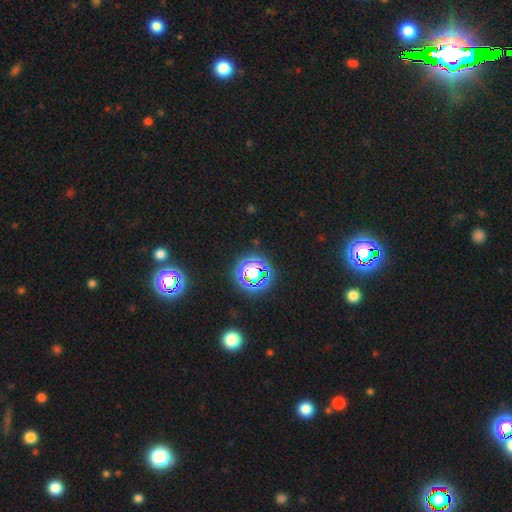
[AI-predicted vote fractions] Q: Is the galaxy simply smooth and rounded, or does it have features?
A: star or artifact — 75%.